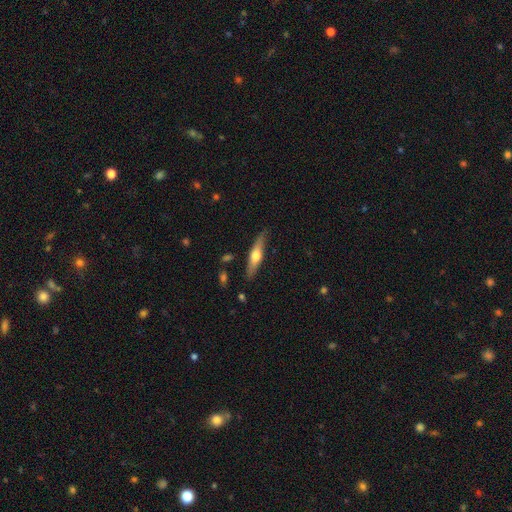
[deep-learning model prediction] featured or disk 52%, smooth 43%, star or artifact 6%. Down the decision tree: edge-on disk — yes (92%); merging — none (83%).